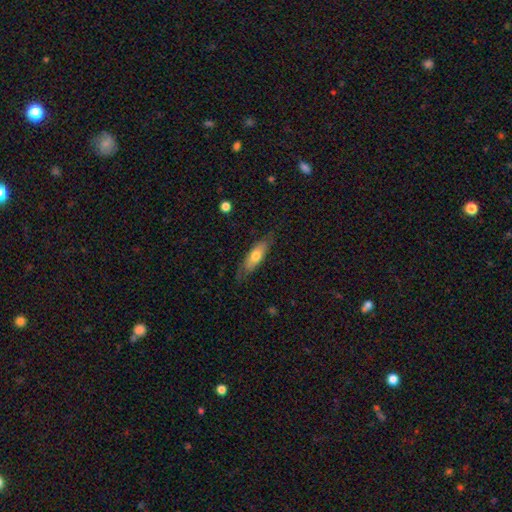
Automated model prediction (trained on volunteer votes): Smooth or featured: smooth — 60% (featured or disk — 34%)
How rounded: in between — 52% (cigar-shaped — 46%)
Merging: none — 74% (minor disturbance — 20%)